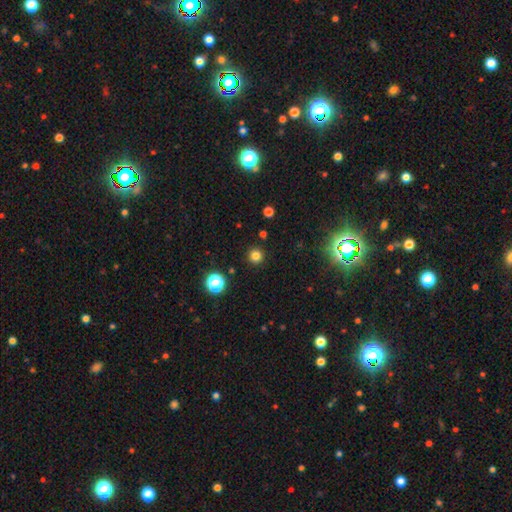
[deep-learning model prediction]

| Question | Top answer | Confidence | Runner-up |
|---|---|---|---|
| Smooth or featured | smooth | 80% | star or artifact (15%) |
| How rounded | round | 95% | in between (4%) |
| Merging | none | 91% | minor disturbance (5%) |